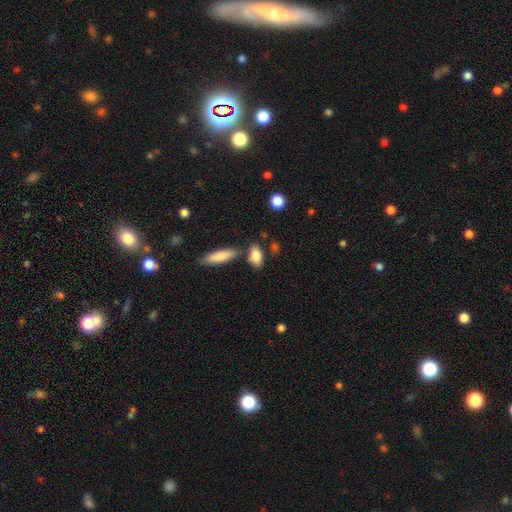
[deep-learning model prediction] Smooth or featured? Predicted: smooth (p=0.84). How rounded? Predicted: in between (p=0.84). Merging? Predicted: none (p=0.67).